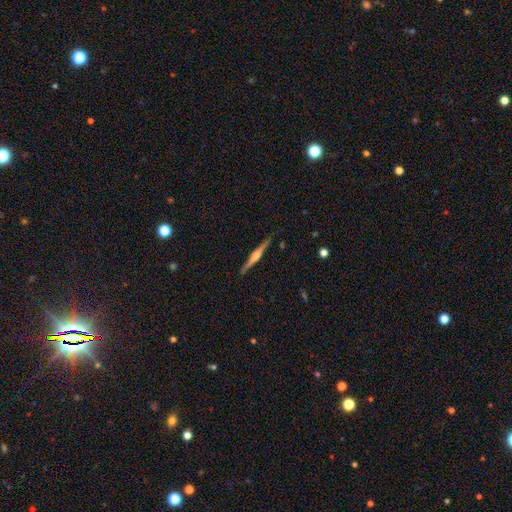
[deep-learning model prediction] A featured or disk galaxy (76%) viewed edge-on (98%) with a rounded central bulge (76%). Merging: none (90%).